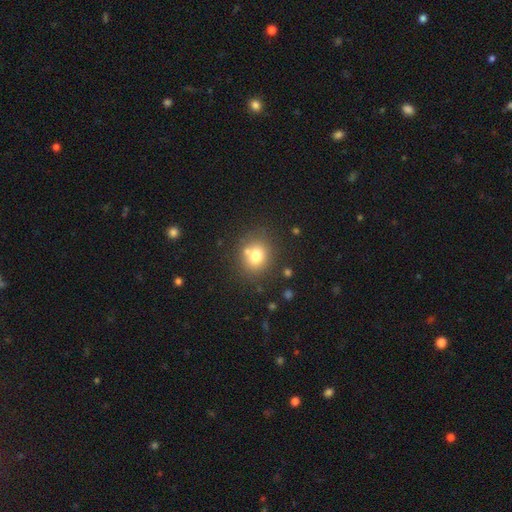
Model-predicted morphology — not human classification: type=smooth (75%); roundness=round (68%); merging=none (70%).